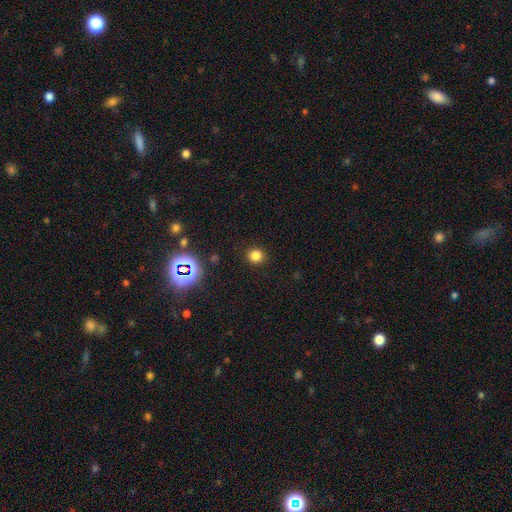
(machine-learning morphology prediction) Smooth or featured? Predicted: smooth (p=0.79). How rounded? Predicted: round (p=0.89). Merging? Predicted: none (p=0.91).